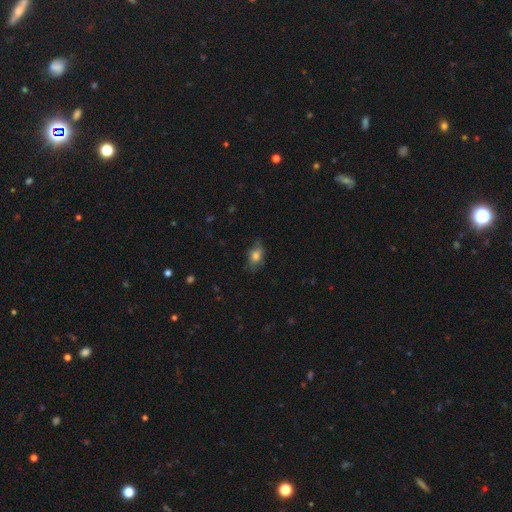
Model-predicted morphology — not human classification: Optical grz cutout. It shows a smooth galaxy with no disk features (72%) that is in between round and cigar-shaped (76%). Merging: none (64%).